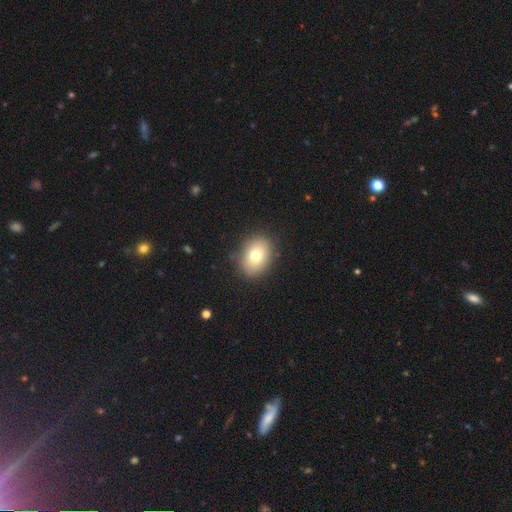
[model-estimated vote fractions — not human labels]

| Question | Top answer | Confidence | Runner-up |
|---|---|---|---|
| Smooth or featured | smooth | 75% | featured or disk (15%) |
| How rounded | in between | 70% | round (29%) |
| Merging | none | 87% | minor disturbance (9%) |